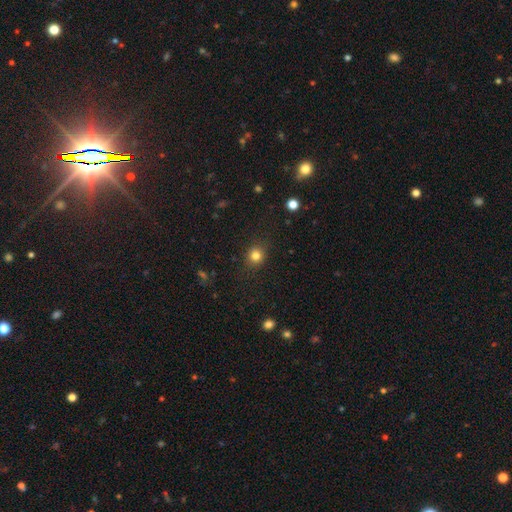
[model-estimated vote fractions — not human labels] A smooth galaxy with no disk features (82%) that is round (84%). Merging: none (87%).